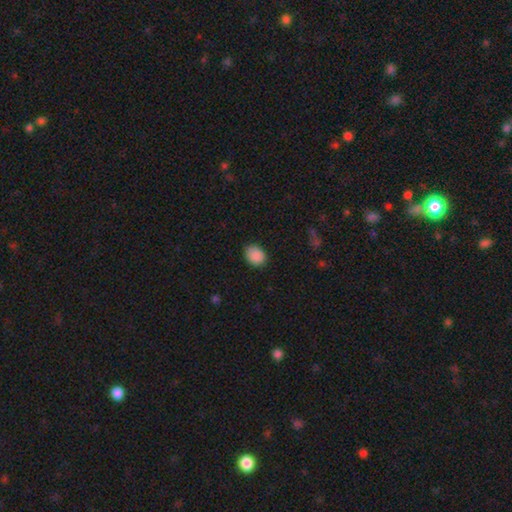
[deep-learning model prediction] A smooth galaxy with no disk features (89%) that is in between round and cigar-shaped (52%). Merging: none (82%).